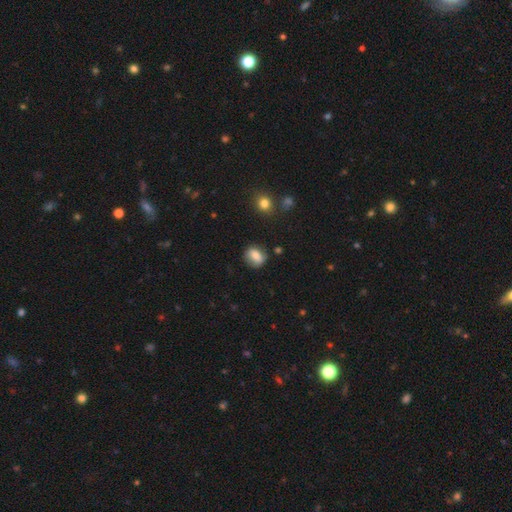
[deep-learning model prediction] smooth 71%, featured or disk 20%, star or artifact 9%. Down the decision tree: how rounded — round (58%); merging — none (77%).